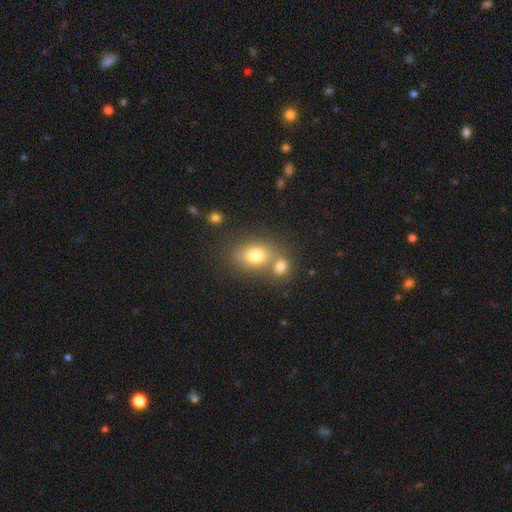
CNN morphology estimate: Smooth or featured?
  - smooth: 76% *
  - featured or disk: 13%
  - star or artifact: 11%
How rounded?
  - in between: 64% *
  - round: 34%
  - cigar-shaped: 1%
Merging?
  - none: 46% *
  - merger: 40%
  - minor disturbance: 10%
  - major disturbance: 4%